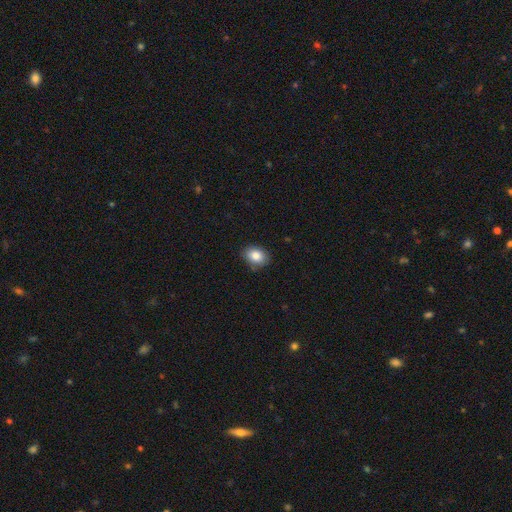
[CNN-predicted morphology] smooth_or_featured: smooth (p=0.84) [alt: star or artifact p=0.09]
how_rounded: in between (p=0.67) [alt: round p=0.32]
merging: none (p=0.84) [alt: minor disturbance p=0.13]